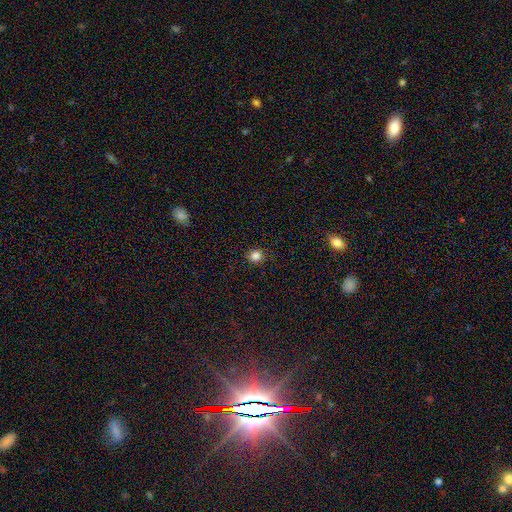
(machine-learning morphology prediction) A smooth galaxy with no disk features (83%) that is round (86%). Merging: none (89%).